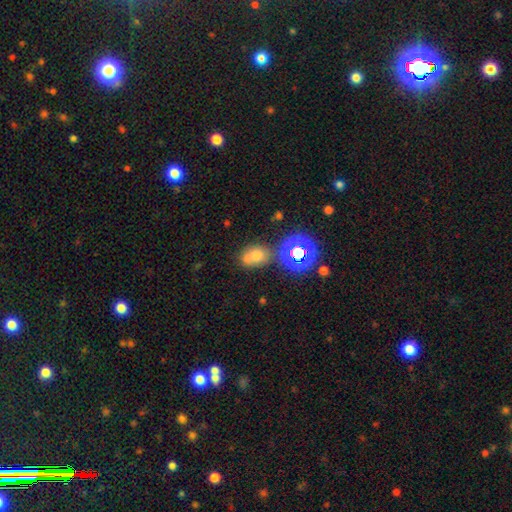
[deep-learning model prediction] Smooth or featured? Predicted: smooth (p=0.60). How rounded? Predicted: round (p=0.53). Merging? Predicted: none (p=0.45).